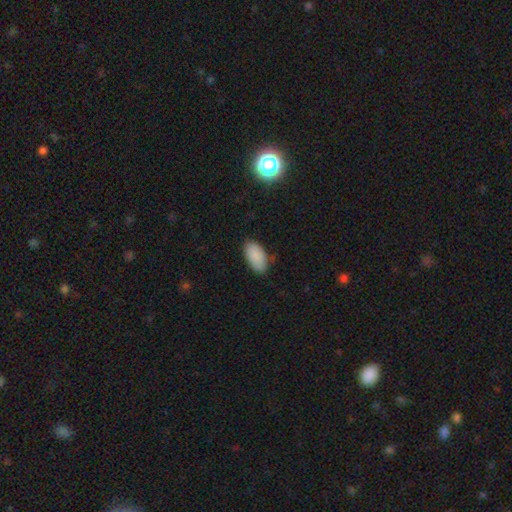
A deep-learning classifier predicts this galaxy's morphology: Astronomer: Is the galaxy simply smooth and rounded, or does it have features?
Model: smooth — 89%.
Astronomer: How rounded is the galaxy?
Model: in between — 95%.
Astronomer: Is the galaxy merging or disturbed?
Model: none — 79%.